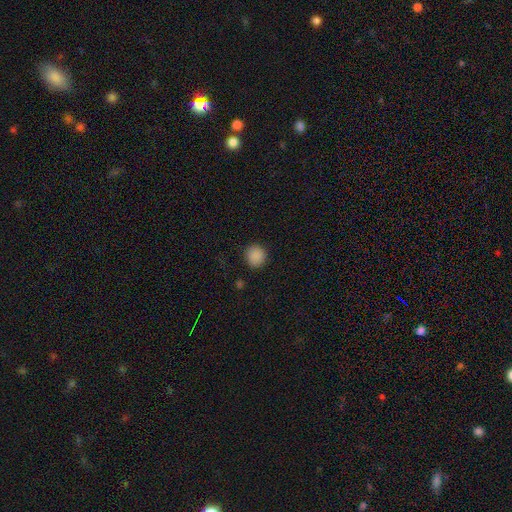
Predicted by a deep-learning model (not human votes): Overall: smooth (88%). How rounded: round (90%). Merging: none (89%).